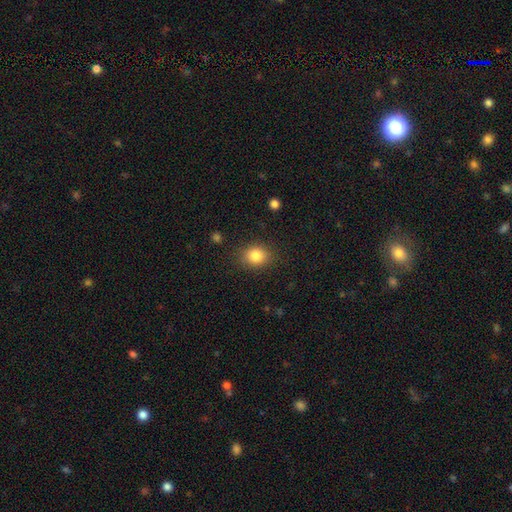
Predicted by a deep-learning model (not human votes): A smooth galaxy with no disk features (83%) that is round (56%).

Vote fractions:
- Smooth or featured? smooth: 83% / star or artifact: 10% / featured or disk: 7%
- How rounded? round: 56% / in between: 43% / cigar-shaped: 1%
- Merging? none: 86% / minor disturbance: 9% / major disturbance: 3% / merger: 1%